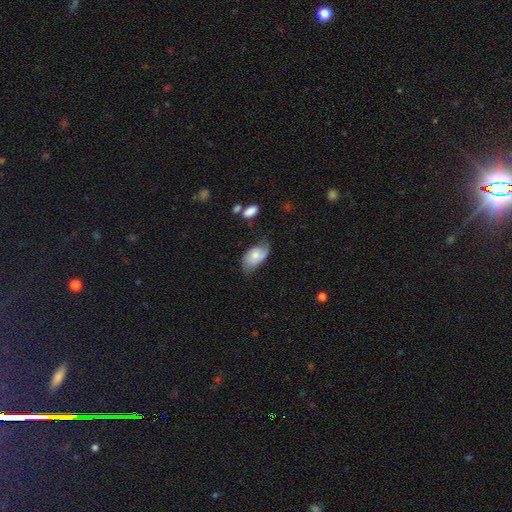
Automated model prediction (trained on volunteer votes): Morphology: type=smooth (60%); roundness=in between (93%); merging=none (44%).